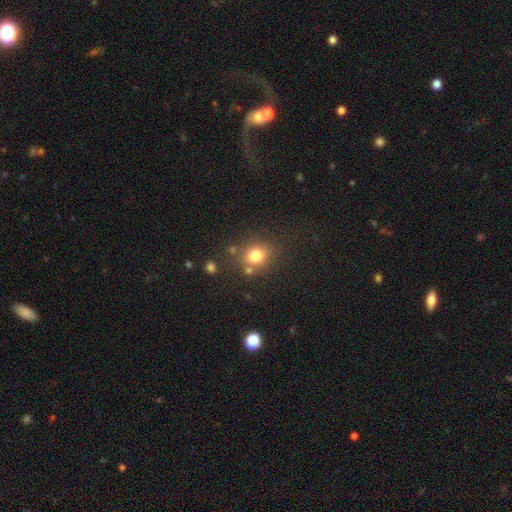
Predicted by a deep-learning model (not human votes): This is likely a smooth galaxy (77%). How rounded: likely round (76%). Merging: likely none (72%).